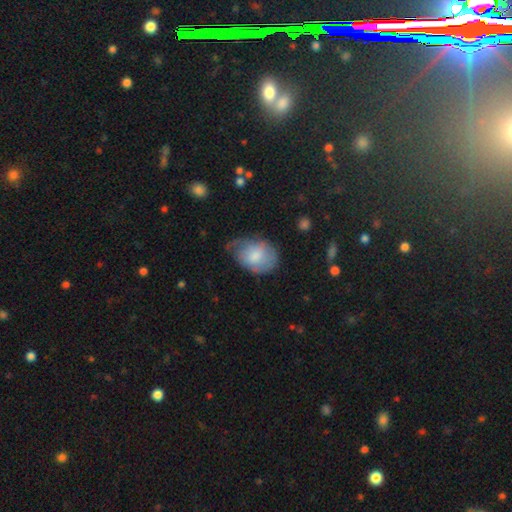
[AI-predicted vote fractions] smooth_or_featured: smooth (p=0.64) [alt: featured or disk p=0.29]
how_rounded: in between (p=0.68) [alt: round p=0.31]
merging: minor disturbance (p=0.39) [alt: none p=0.38]